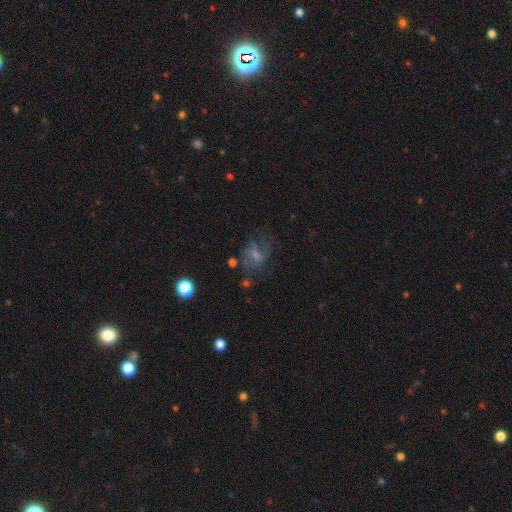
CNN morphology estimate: A featured or disk galaxy (53%) with no bar (46%), spiral arms (76%) and a small central bulge (48%).

Vote fractions:
- Smooth or featured? featured or disk: 53% / smooth: 26% / star or artifact: 21%
- Edge-on disk? no: 96% / yes: 4%
- Bar? no: 46% / weak: 44% / strong: 10%
- Spiral arms? yes: 76% / no: 24%
- Bulge size? small: 48% / moderate: 31% / none: 16% / large: 4% / dominant: 1%
- Merging? none: 59% / minor disturbance: 19% / major disturbance: 19% / merger: 4%